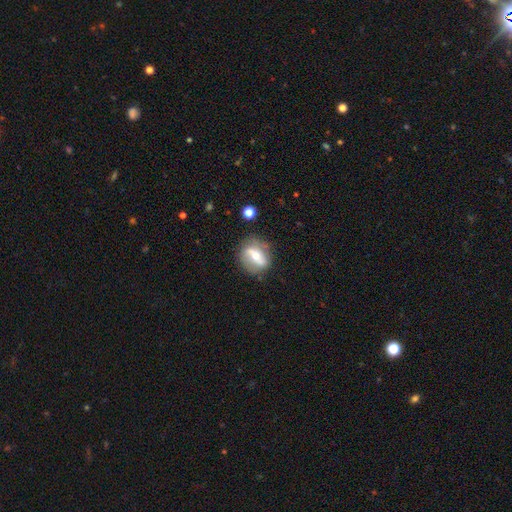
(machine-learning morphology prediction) Smooth or featured: featured or disk — 59% (smooth — 33%)
Edge-on disk: no — 84% (yes — 16%)
Merging: none — 76% (minor disturbance — 16%)